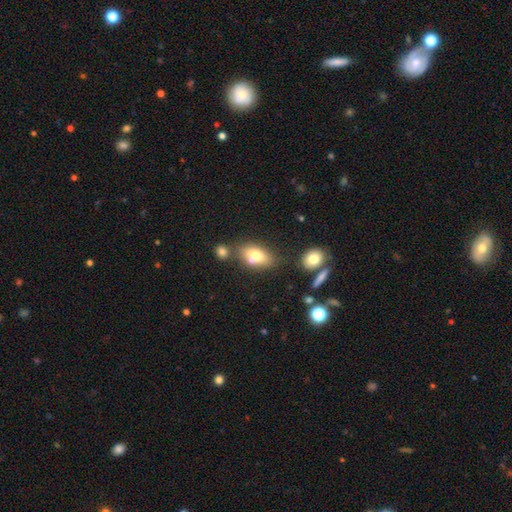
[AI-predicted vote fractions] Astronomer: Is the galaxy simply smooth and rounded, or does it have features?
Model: smooth — 74%.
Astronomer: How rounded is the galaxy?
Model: in between — 86%.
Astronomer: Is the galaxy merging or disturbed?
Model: none — 57%.